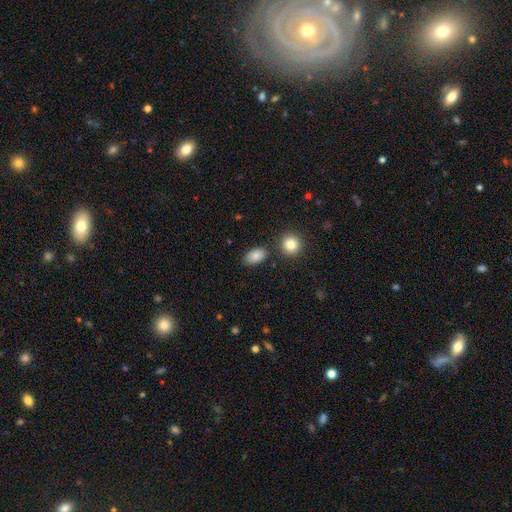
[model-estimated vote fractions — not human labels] Smooth or featured? Predicted: smooth (p=0.86). How rounded? Predicted: in between (p=0.88). Merging? Predicted: none (p=0.80).